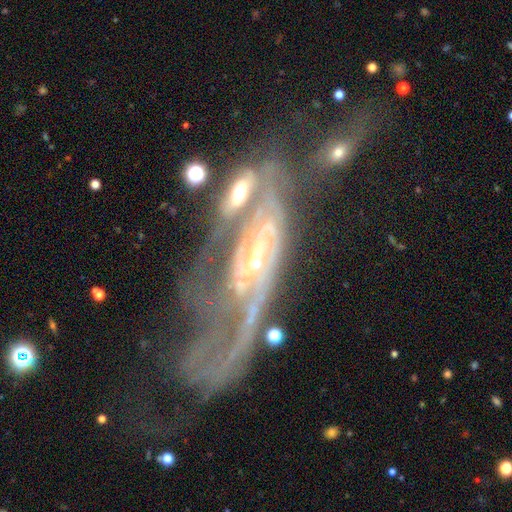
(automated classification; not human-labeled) A featured or disk galaxy (82%) with no bar (49%), 2 (36%) medium (37%) spiral arms (80%) and a small central bulge (64%).

Vote fractions:
- Smooth or featured? featured or disk: 82% / star or artifact: 9% / smooth: 8%
- Edge-on disk? no: 86% / yes: 14%
- Bar? no: 49% / weak: 30% / strong: 20%
- Spiral arms? yes: 80% / no: 20%
- Spiral winding? medium: 37% / tight: 34% / loose: 29%
- Spiral arm count? 2: 36% / can't tell: 32% / 1: 17% / 3: 7% / 4: 4% / more than 4: 3%
- Bulge size? small: 64% / moderate: 21% / none: 10% / large: 3% / dominant: 2%
- Merging? major disturbance: 38% / merger: 30% / none: 19% / minor disturbance: 12%